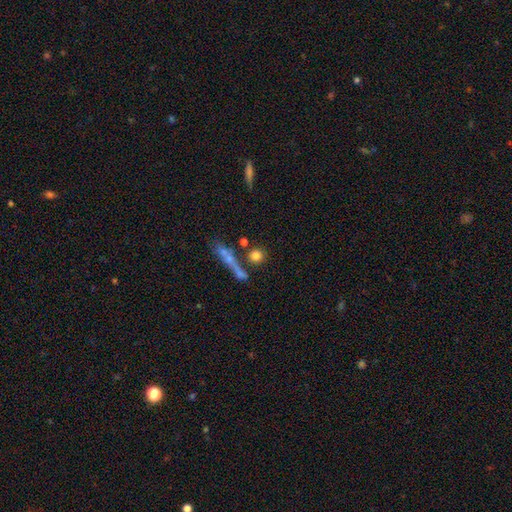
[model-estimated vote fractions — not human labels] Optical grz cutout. It shows a smooth galaxy with no disk features (76%) that is round (85%). Merging: none (69%).